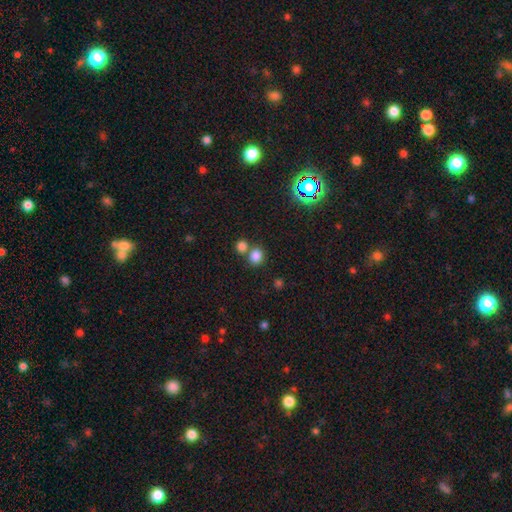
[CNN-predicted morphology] Q: Smooth or featured?
A: smooth (81%); runner-up: star or artifact (13%)
Q: How rounded?
A: round (75%); runner-up: in between (24%)
Q: Merging?
A: none (58%); runner-up: merger (31%)